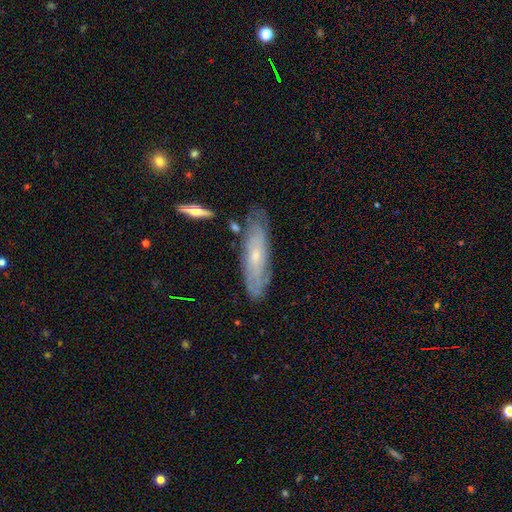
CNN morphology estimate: Smooth or featured? Predicted: featured or disk (p=0.67). Edge-on disk? Predicted: no (p=0.73). Merging? Predicted: none (p=0.75).